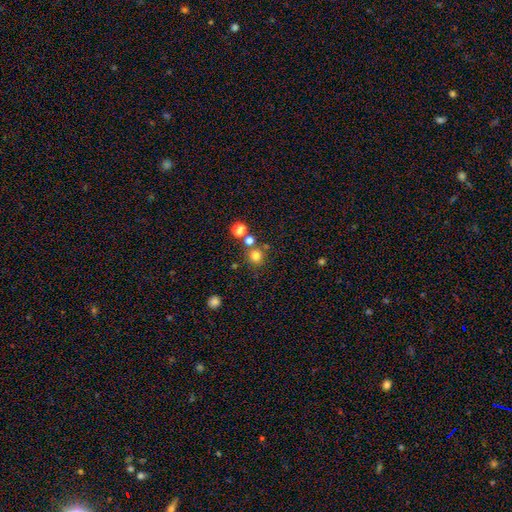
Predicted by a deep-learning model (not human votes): The model was most divided on "merging": none: 74%, merger: 14%, minor disturbance: 8%, major disturbance: 3%. More confident: how rounded — round (90%); smooth or featured — smooth (77%).